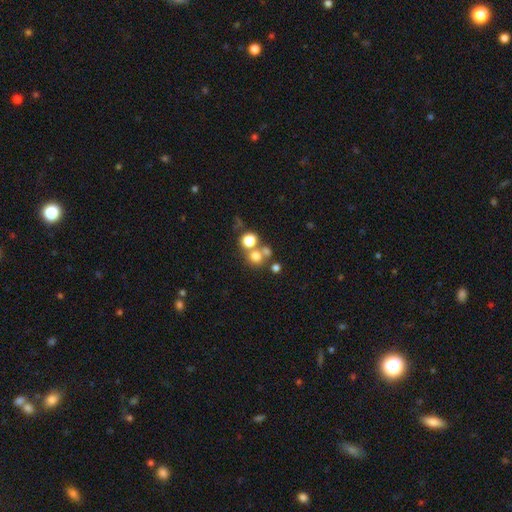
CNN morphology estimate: Smooth or featured?
  - smooth: 69% *
  - star or artifact: 18%
  - featured or disk: 13%
How rounded?
  - round: 85% *
  - in between: 14%
  - cigar-shaped: 1%
Merging?
  - none: 52% *
  - merger: 35%
  - minor disturbance: 7%
  - major disturbance: 5%